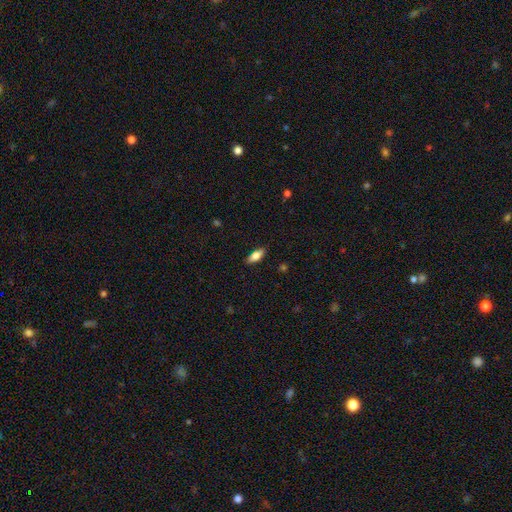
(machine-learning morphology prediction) Smooth or featured: smooth — 75% (featured or disk — 18%)
How rounded: in between — 78% (cigar-shaped — 20%)
Merging: none — 85% (minor disturbance — 11%)